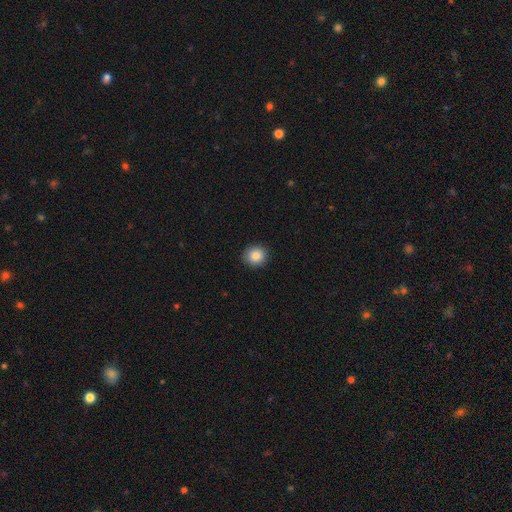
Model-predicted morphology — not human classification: smooth 87%, star or artifact 9%, featured or disk 4%. Down the decision tree: how rounded — round (87%); merging — none (91%).